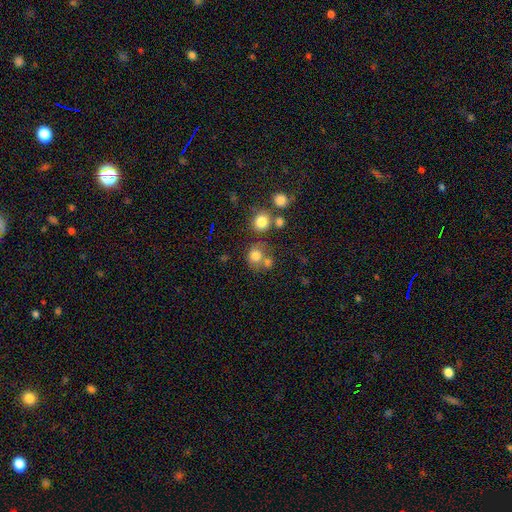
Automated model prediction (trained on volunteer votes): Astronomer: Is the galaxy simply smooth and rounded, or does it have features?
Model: smooth — 75%.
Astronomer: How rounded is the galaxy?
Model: round — 84%.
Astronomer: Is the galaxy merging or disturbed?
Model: none — 55%.